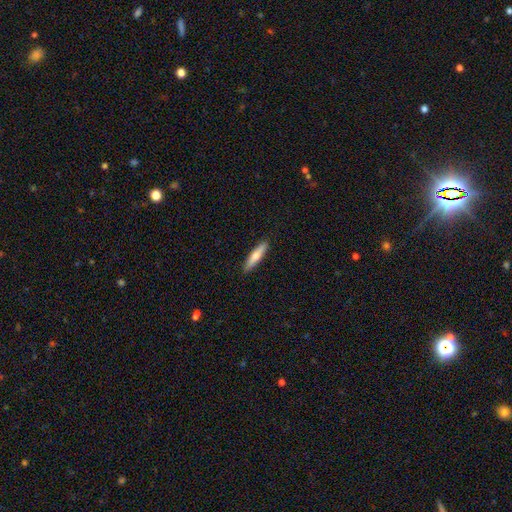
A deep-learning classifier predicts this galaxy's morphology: Q: Smooth or featured?
A: smooth (66%); runner-up: featured or disk (29%)
Q: How rounded?
A: cigar-shaped (86%); runner-up: in between (12%)
Q: Merging?
A: none (91%); runner-up: minor disturbance (7%)